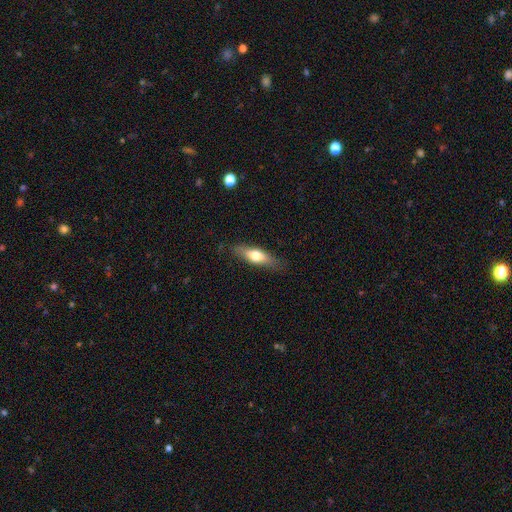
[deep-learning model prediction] Overall: smooth (57%; featured or disk 36%). How rounded: cigar-shaped (52%; in between 45%). Merging: none (82%).